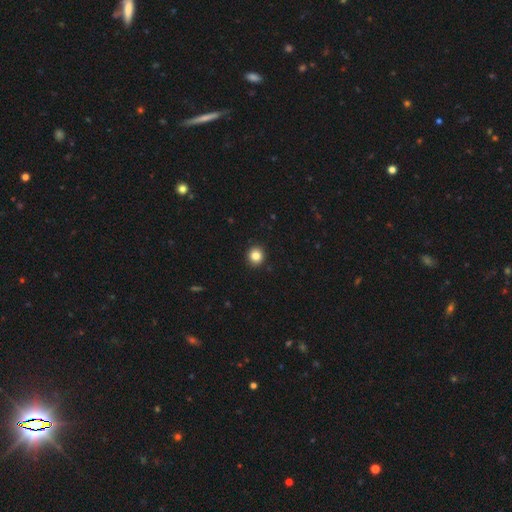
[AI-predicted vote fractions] Smooth or featured? Predicted: smooth (p=0.84). How rounded? Predicted: round (p=0.91). Merging? Predicted: none (p=0.93).